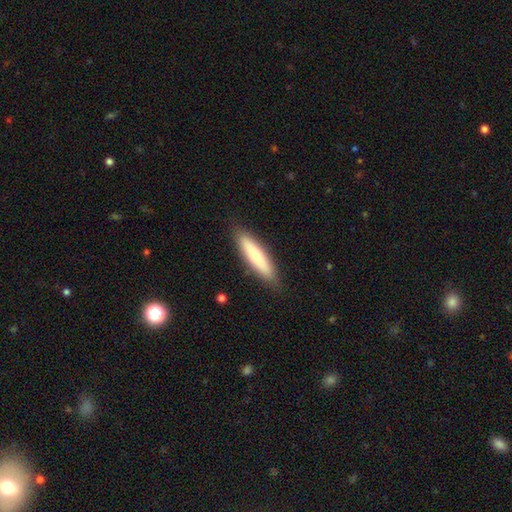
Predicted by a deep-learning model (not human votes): smooth_or_featured: smooth (p=0.74) [alt: featured or disk p=0.21]
how_rounded: cigar-shaped (p=0.77) [alt: in between p=0.22]
merging: none (p=0.87) [alt: minor disturbance p=0.10]